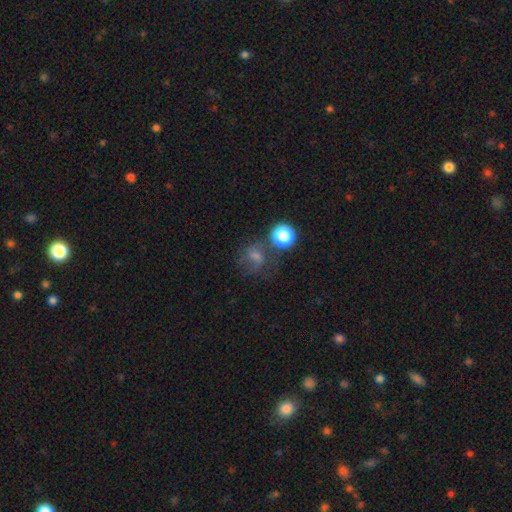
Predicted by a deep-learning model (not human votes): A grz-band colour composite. It shows a smooth galaxy with no disk features (51%) that is round (70%). Merging: none (54%).